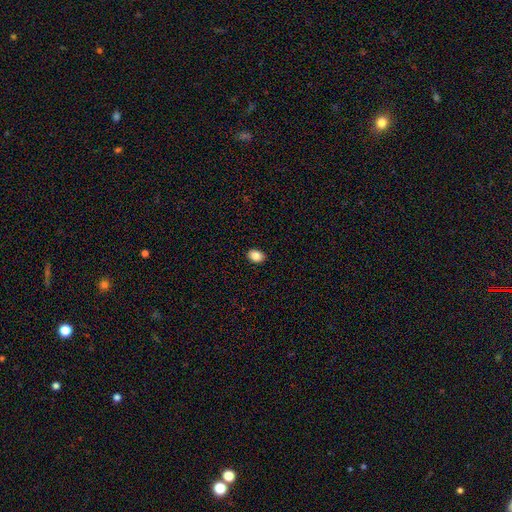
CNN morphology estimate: smooth 85%, star or artifact 9%, featured or disk 6%. Down the decision tree: how rounded — in between (71%); merging — none (91%).